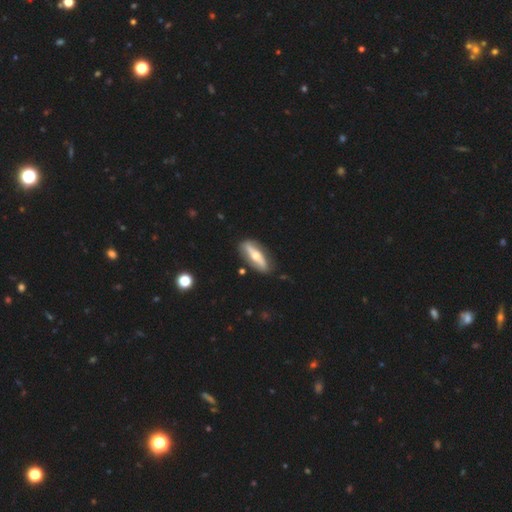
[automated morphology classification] This is likely a featured or disk galaxy (65%). It is possibly not viewed edge-on (52%). Merging: clearly none (81%).